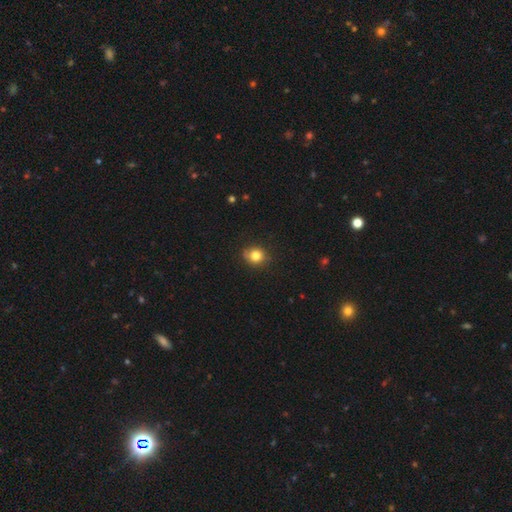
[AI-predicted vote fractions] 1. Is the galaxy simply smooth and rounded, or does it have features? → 82% smooth, 11% star or artifact, 7% featured or disk.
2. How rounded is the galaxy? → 79% round, 20% in between, 1% cigar-shaped.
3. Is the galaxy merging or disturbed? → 80% none, 16% minor disturbance, 3% major disturbance, 2% merger.